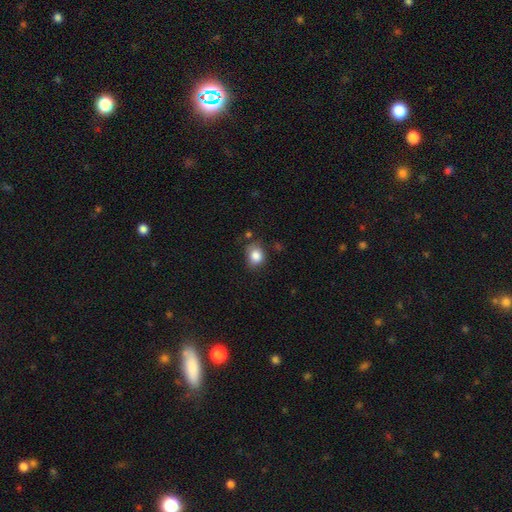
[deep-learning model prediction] Smooth or featured?
  - smooth: 85% *
  - star or artifact: 9%
  - featured or disk: 6%
How rounded?
  - round: 58% *
  - in between: 41%
  - cigar-shaped: 1%
Merging?
  - none: 66% *
  - minor disturbance: 24%
  - major disturbance: 6%
  - merger: 4%